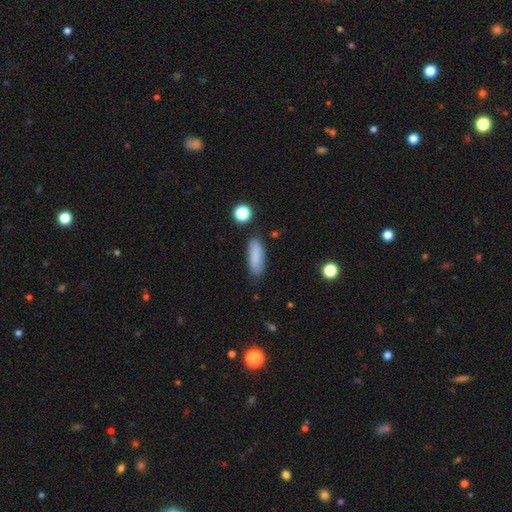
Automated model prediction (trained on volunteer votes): Smooth or featured? Predicted: smooth (p=0.82). How rounded? Predicted: in between (p=0.64). Merging? Predicted: none (p=0.77).